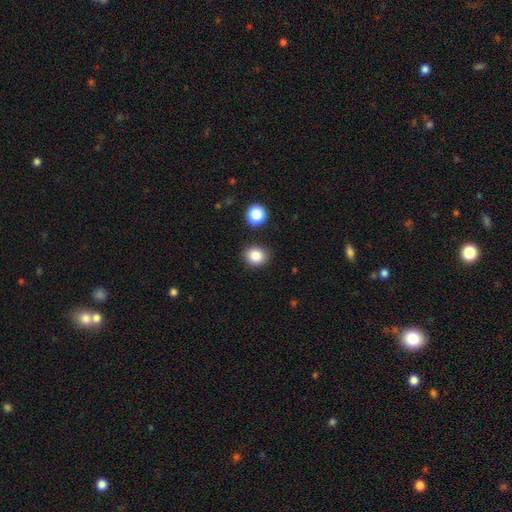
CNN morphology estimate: Smooth or featured?
  - smooth: 84% *
  - star or artifact: 11%
  - featured or disk: 5%
How rounded?
  - round: 72% *
  - in between: 27%
  - cigar-shaped: 1%
Merging?
  - none: 87% *
  - minor disturbance: 8%
  - merger: 3%
  - major disturbance: 2%